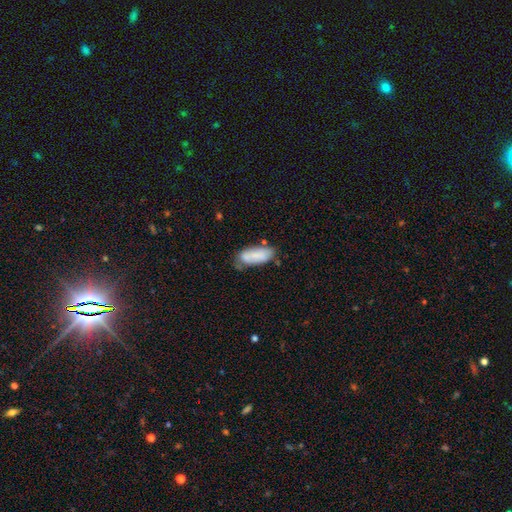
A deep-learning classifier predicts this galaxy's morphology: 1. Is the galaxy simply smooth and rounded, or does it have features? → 75% smooth, 18% featured or disk, 7% star or artifact.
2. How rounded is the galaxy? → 79% in between, 19% cigar-shaped, 2% round.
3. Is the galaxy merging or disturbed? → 57% none, 27% minor disturbance, 9% merger, 7% major disturbance.